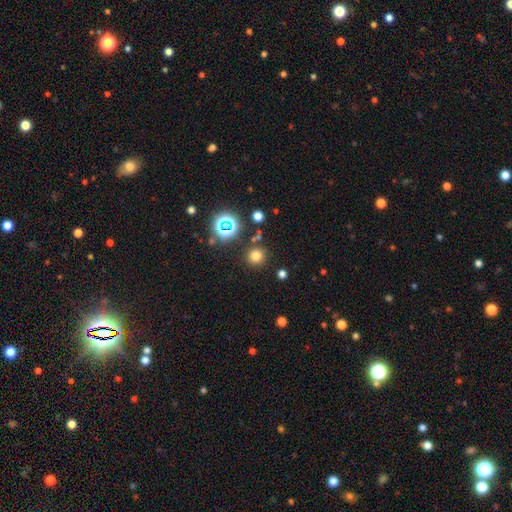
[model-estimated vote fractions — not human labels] This is likely a smooth galaxy (73%). How rounded: clearly round (93%). Merging: clearly none (85%).